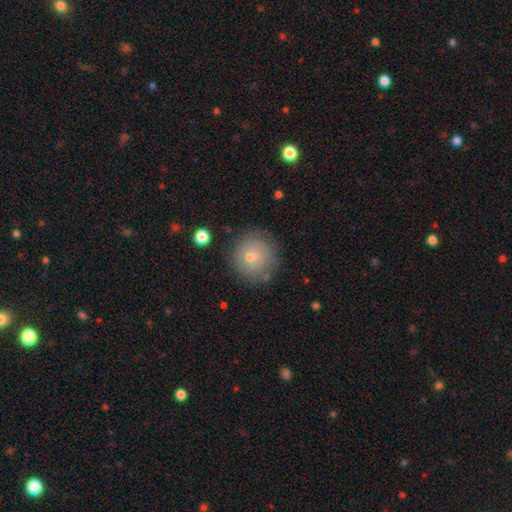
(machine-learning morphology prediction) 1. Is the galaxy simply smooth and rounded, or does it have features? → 60% smooth, 28% featured or disk, 12% star or artifact.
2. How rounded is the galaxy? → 93% round, 6% in between, 1% cigar-shaped.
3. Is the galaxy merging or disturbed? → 82% none, 12% minor disturbance, 4% major disturbance, 2% merger.